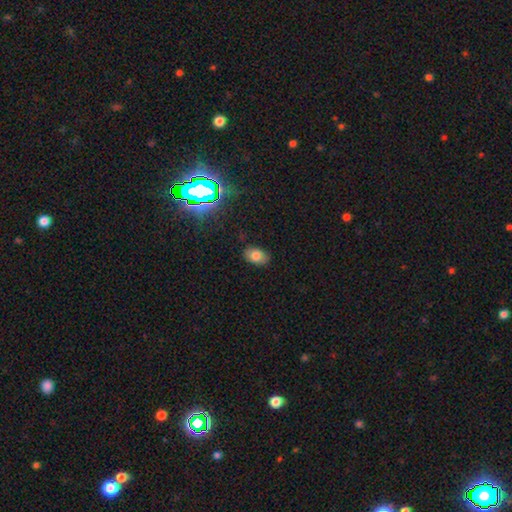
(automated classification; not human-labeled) Smooth or featured?
  - smooth: 78% *
  - star or artifact: 13%
  - featured or disk: 9%
How rounded?
  - in between: 87% *
  - round: 12%
  - cigar-shaped: 1%
Merging?
  - none: 85% *
  - minor disturbance: 12%
  - major disturbance: 3%
  - merger: 1%